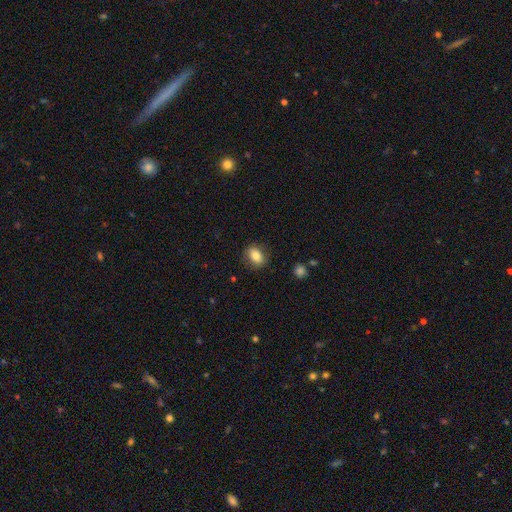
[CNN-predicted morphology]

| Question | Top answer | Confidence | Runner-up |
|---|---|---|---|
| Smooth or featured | smooth | 82% | featured or disk (10%) |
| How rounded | in between | 67% | round (31%) |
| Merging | none | 84% | minor disturbance (12%) |